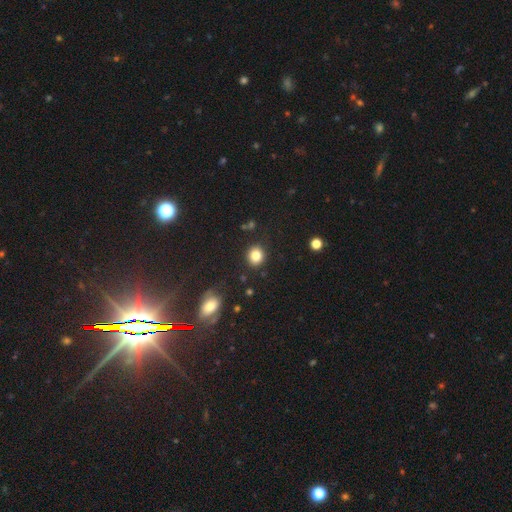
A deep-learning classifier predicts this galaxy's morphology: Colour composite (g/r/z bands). It shows a smooth galaxy with no disk features (83%) that is round (79%). Merging: none (88%).